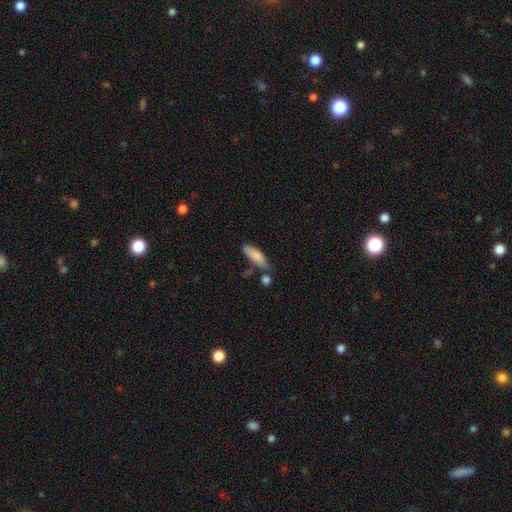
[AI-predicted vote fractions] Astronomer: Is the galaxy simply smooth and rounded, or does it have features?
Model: smooth — 83%.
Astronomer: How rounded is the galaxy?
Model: in between — 54% (runner-up: cigar-shaped, 44%).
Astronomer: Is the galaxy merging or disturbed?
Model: none — 55%.